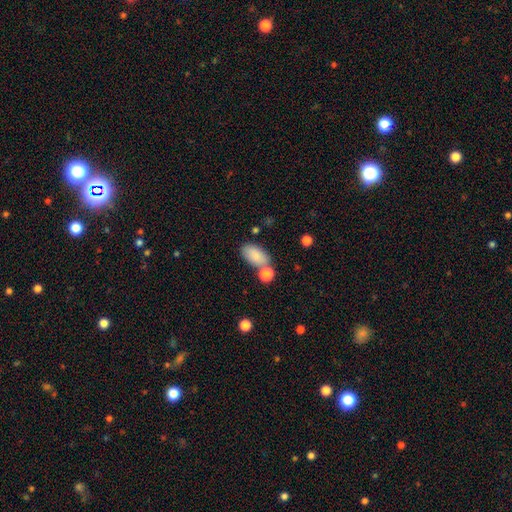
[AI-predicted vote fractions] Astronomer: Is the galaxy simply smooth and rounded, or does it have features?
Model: smooth — 83%.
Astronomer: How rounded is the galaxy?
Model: in between — 93%.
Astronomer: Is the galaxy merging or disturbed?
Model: none — 63%.